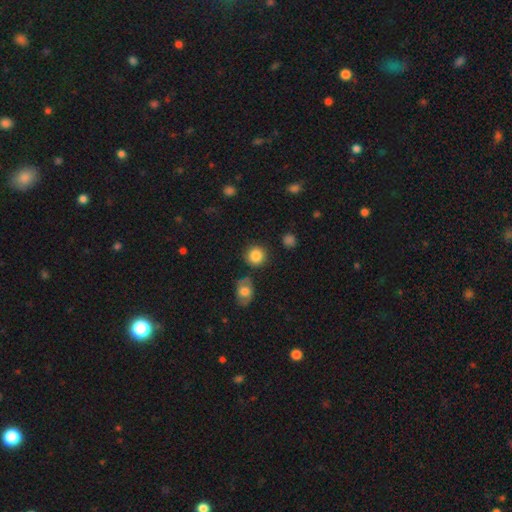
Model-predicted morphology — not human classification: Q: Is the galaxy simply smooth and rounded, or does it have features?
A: smooth — 86%.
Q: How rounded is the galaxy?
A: round — 90%.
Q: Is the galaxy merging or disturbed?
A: none — 84%.